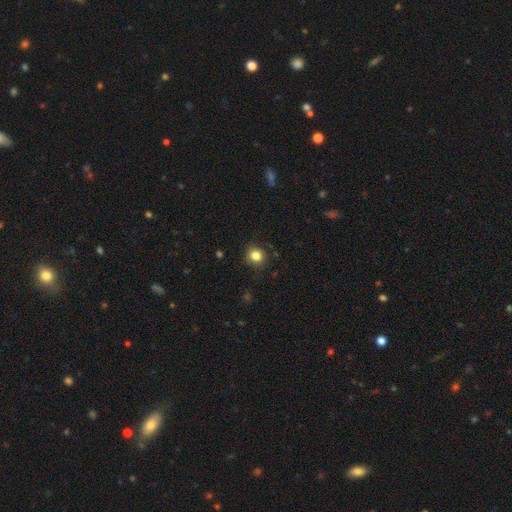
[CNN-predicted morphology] This appears to be a smooth galaxy with no disk features (83%) that is round (90%). Merging: none (88%).